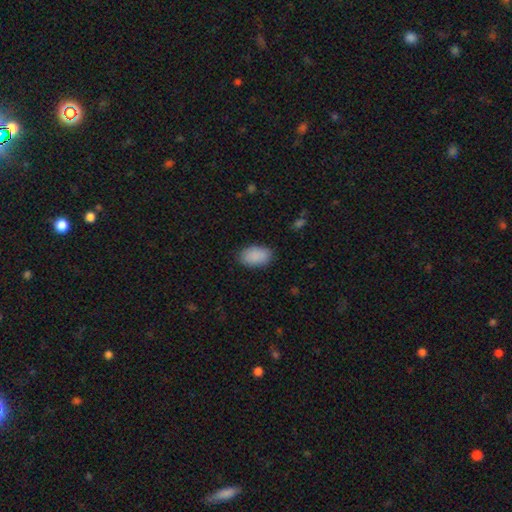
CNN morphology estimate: A smooth galaxy with no disk features (90%) that is in between round and cigar-shaped (92%).

Vote fractions:
- Smooth or featured? smooth: 90% / star or artifact: 7% / featured or disk: 4%
- How rounded? in between: 92% / round: 7% / cigar-shaped: 1%
- Merging? none: 84% / minor disturbance: 12% / major disturbance: 3% / merger: 1%